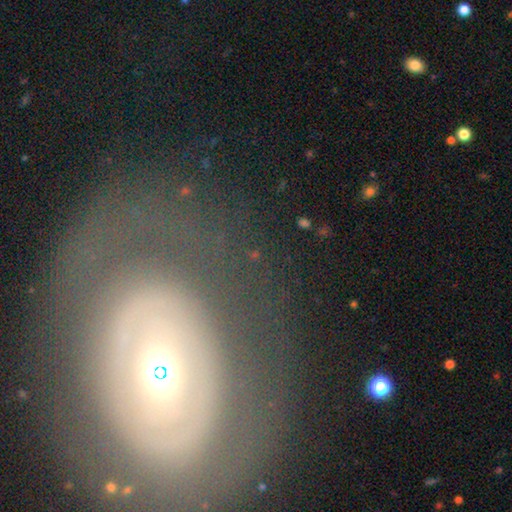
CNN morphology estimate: Overall: featured or disk (71%). Edge-on disk: no (94%). Bar: no (69%). Spiral arms: yes (56%; no 44%). Bulge size: moderate (50%; small 39%). Merging: none (70%).